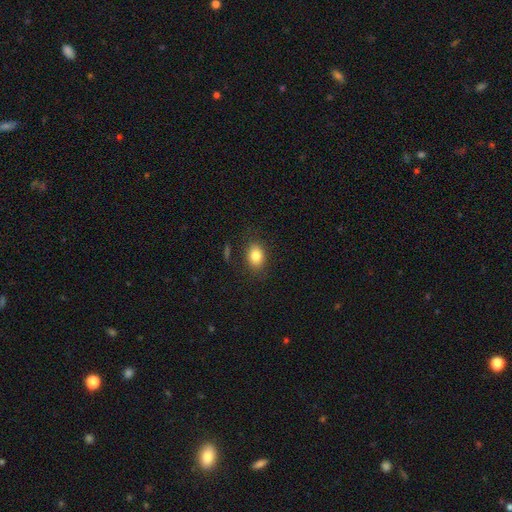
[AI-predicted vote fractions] Morphology: type=smooth (84%); roundness=in between (70%); merging=none (81%).